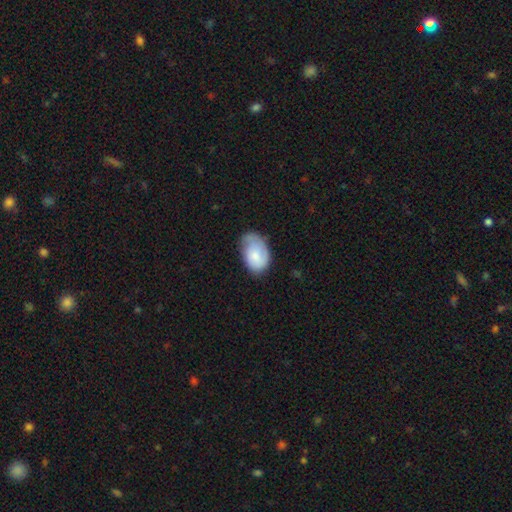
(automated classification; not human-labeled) Morphology: type=smooth (62%); roundness=in between (87%); merging=none (51%).